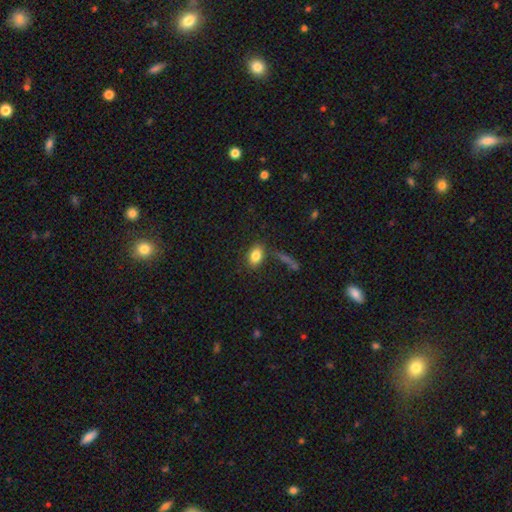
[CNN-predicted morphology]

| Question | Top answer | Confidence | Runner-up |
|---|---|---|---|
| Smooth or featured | smooth | 82% | star or artifact (9%) |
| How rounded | in between | 79% | round (18%) |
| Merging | none | 76% | minor disturbance (12%) |